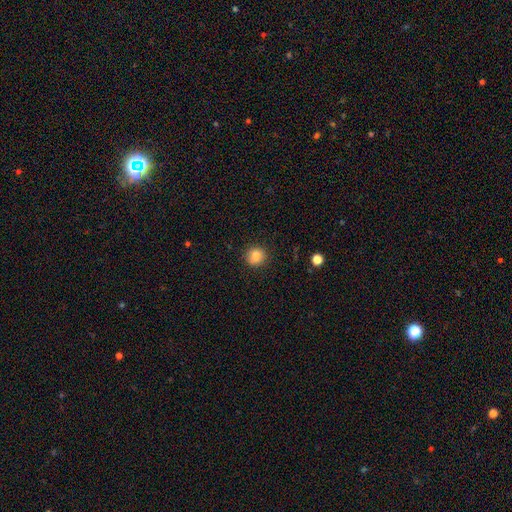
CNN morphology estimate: smooth_or_featured: smooth (p=0.83) [alt: star or artifact p=0.10]
how_rounded: round (p=0.89) [alt: in between p=0.10]
merging: none (p=0.87) [alt: minor disturbance p=0.09]